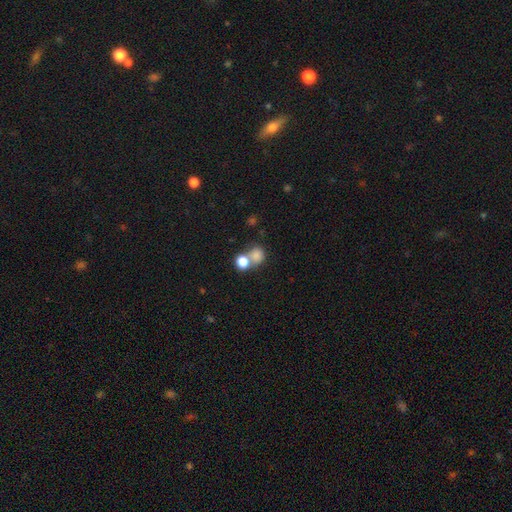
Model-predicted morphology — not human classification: Overall: smooth (79%). How rounded: round (75%). Merging: merger (45%; none 41%).